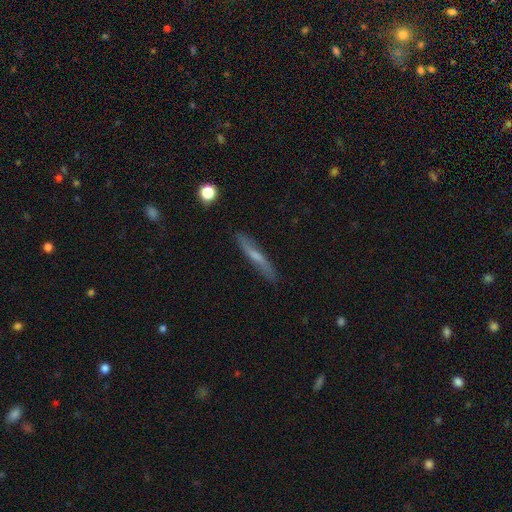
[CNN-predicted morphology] type=featured or disk (48%); merging=none (85%).